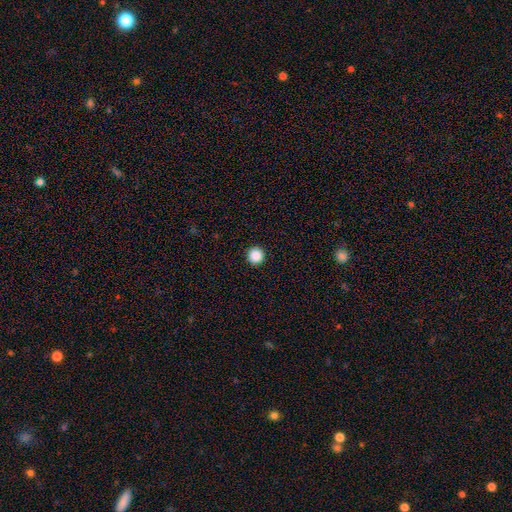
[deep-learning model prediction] A smooth galaxy with no disk features (88%) that is round (95%).

Vote fractions:
- Smooth or featured? smooth: 88% / star or artifact: 9% / featured or disk: 2%
- How rounded? round: 95% / in between: 4% / cigar-shaped: 1%
- Merging? none: 94% / minor disturbance: 4% / major disturbance: 1% / merger: 1%